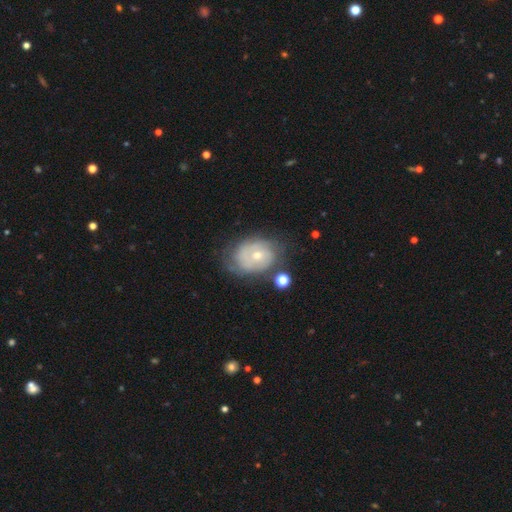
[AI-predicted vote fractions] smooth-or-featured: featured or disk: 66% | smooth: 26% | star or artifact: 8%
  disk-edge-on: no: 96% | yes: 4%
    bar: no: 78% | weak: 19% | strong: 3%
    has-spiral-arms: yes: 75% | no: 25%
    bulge-size: small: 60% | moderate: 37% | large: 1% | none: 1% | dominant: 1%
  merging: none: 59% | minor disturbance: 25% | major disturbance: 11% | merger: 5%